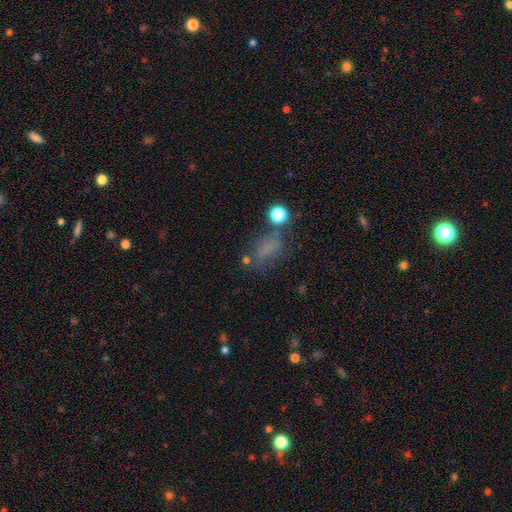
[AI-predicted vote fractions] This is possibly a smooth galaxy (60%). How rounded: likely in between (70%). Merging: possibly none (53%).